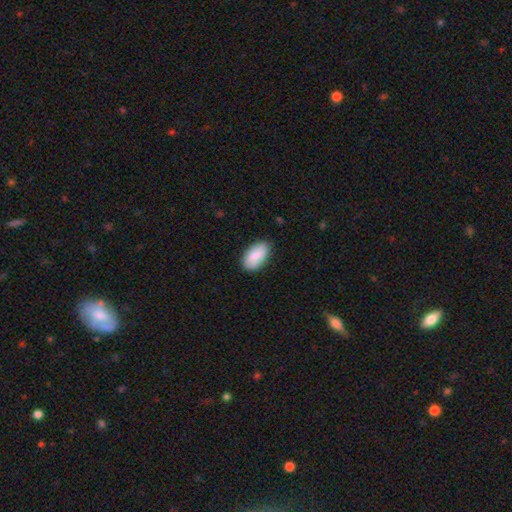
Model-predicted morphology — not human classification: A smooth galaxy with no disk features (83%) that is in between round and cigar-shaped (95%). Merging: none (83%).